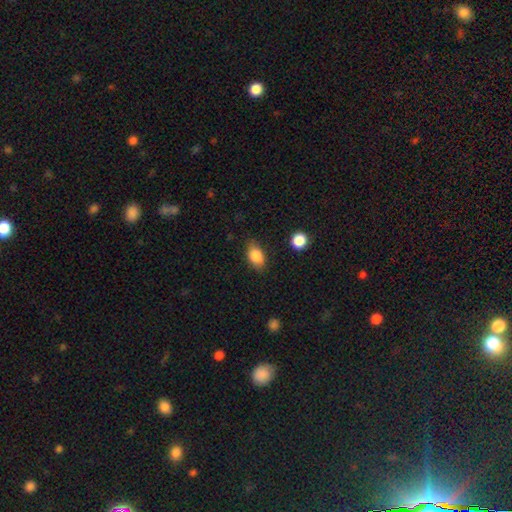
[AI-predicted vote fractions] Smooth or featured? smooth (83%)
How rounded? in between (85%)
Merging? none (79%)